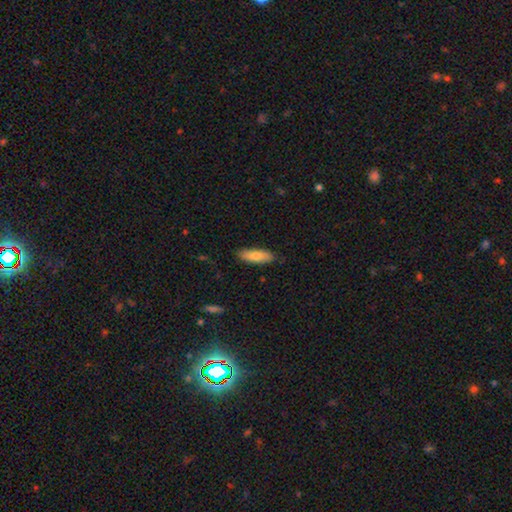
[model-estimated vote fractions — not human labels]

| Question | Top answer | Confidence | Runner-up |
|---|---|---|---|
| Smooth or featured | smooth | 78% | featured or disk (16%) |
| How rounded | in between | 57% | cigar-shaped (41%) |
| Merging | none | 84% | minor disturbance (13%) |